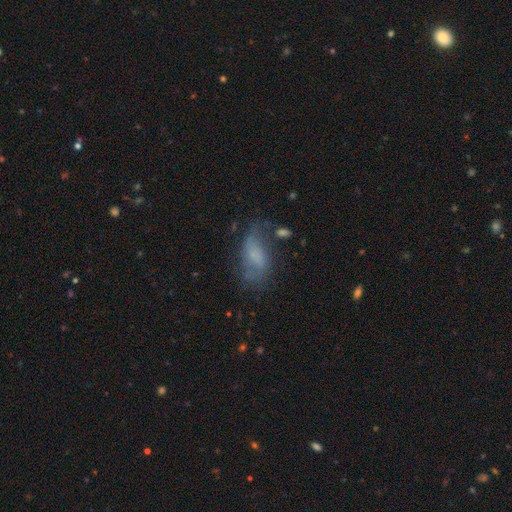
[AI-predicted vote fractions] Smooth or featured? featured or disk (49%)
Merging? none (47%)